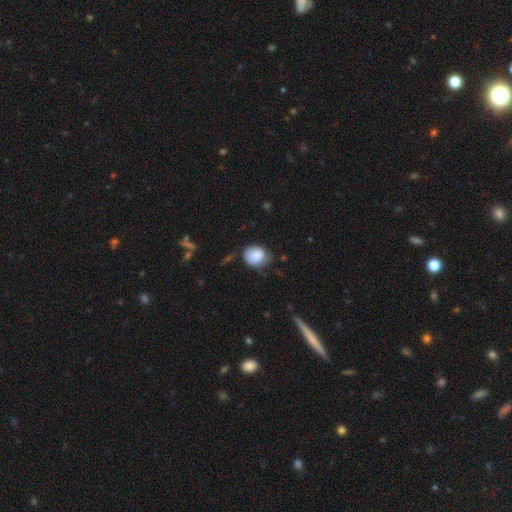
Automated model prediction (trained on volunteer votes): Morphology: type=smooth (85%); roundness=round (64%); merging=none (55%).